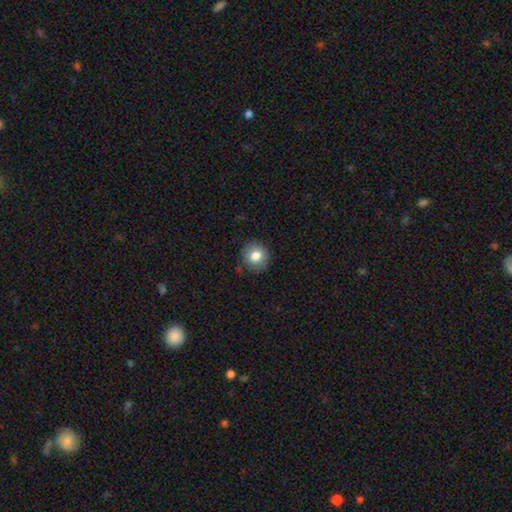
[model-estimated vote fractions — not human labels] A smooth galaxy with no disk features (80%) that is round (91%). Merging: none (86%).